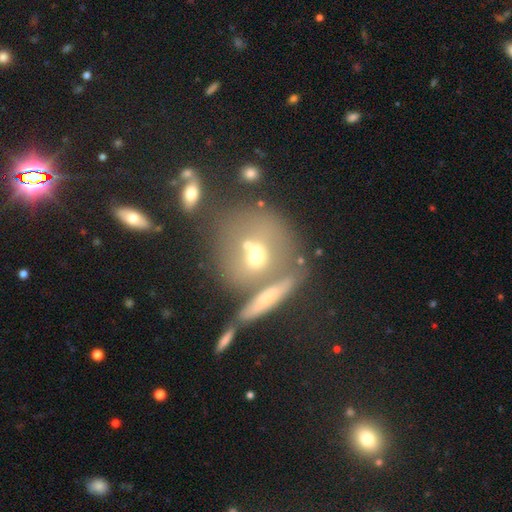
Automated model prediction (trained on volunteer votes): Overall: smooth (49%; featured or disk 34%). Merging: none (44%; merger 36%).